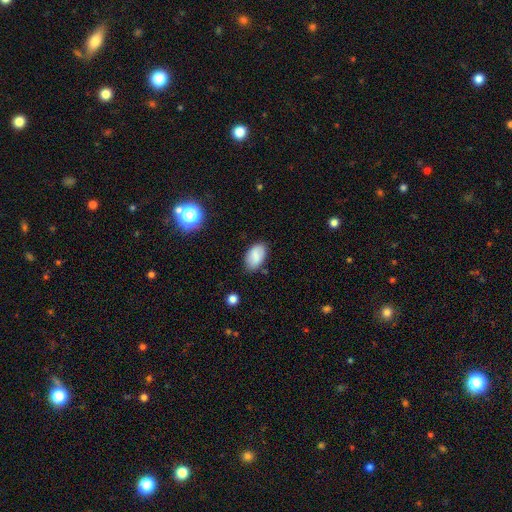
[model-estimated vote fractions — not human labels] The model was most divided on "merging": none: 76%, minor disturbance: 19%, major disturbance: 3%, merger: 2%. More confident: how rounded — in between (93%); smooth or featured — smooth (83%).